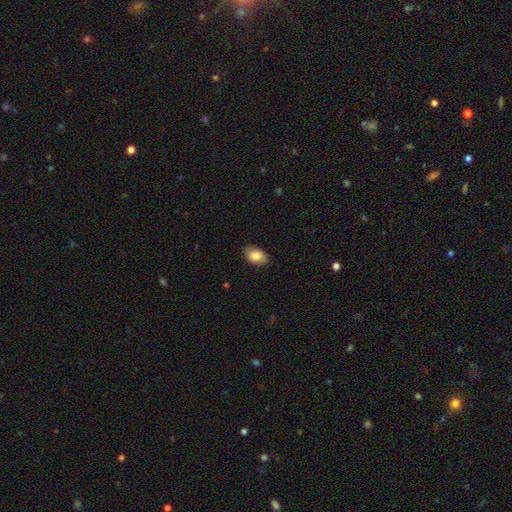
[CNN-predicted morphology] Q: Smooth or featured?
A: smooth (84%); runner-up: featured or disk (9%)
Q: How rounded?
A: in between (88%); runner-up: round (11%)
Q: Merging?
A: none (85%); runner-up: minor disturbance (12%)